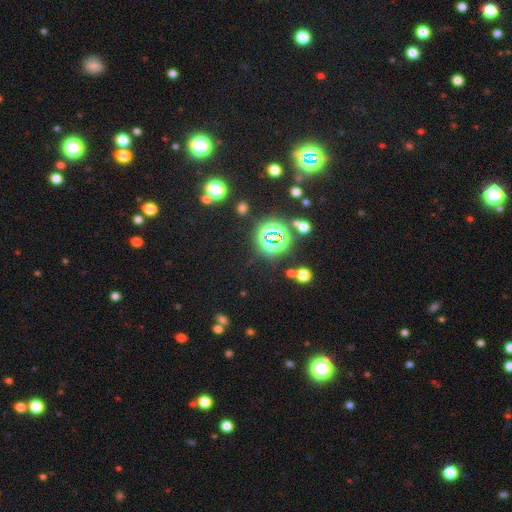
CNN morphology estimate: This is likely a star or artifact rather than a galaxy (72%).